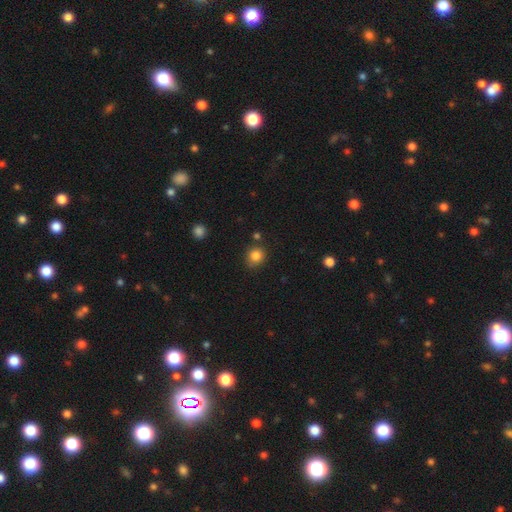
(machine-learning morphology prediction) smooth_or_featured: smooth (p=0.84) [alt: star or artifact p=0.11]
how_rounded: round (p=0.83) [alt: in between p=0.16]
merging: none (p=0.75) [alt: minor disturbance p=0.16]